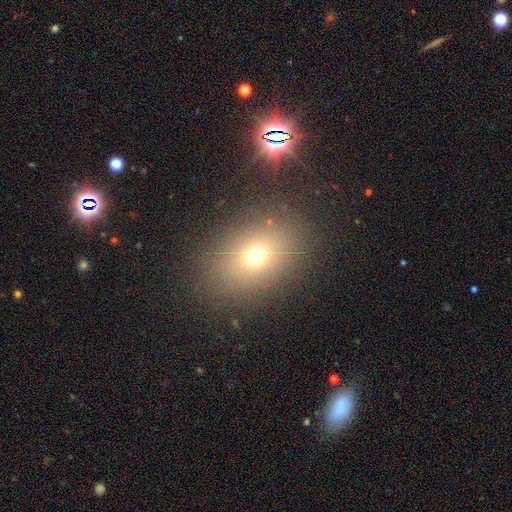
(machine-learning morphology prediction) Smooth or featured? Predicted: smooth (p=0.68). How rounded? Predicted: in between (p=0.67). Merging? Predicted: none (p=0.84).